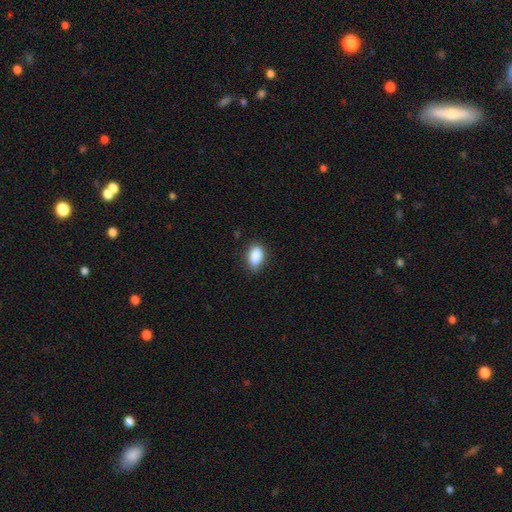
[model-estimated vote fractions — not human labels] Smooth or featured?
  - smooth: 88% *
  - star or artifact: 8%
  - featured or disk: 4%
How rounded?
  - in between: 89% *
  - round: 8%
  - cigar-shaped: 2%
Merging?
  - none: 80% *
  - minor disturbance: 17%
  - major disturbance: 3%
  - merger: 1%